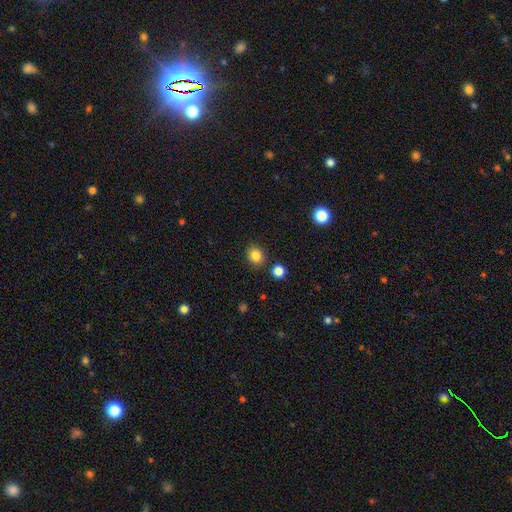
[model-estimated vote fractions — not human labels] Smooth or featured? Predicted: smooth (p=0.84). How rounded? Predicted: round (p=0.73). Merging? Predicted: none (p=0.85).